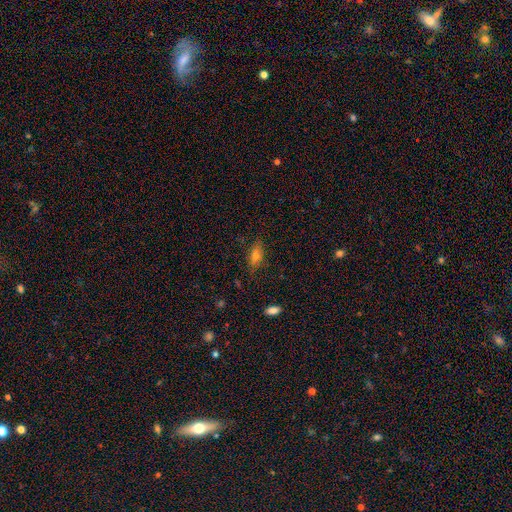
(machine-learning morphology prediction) smooth-or-featured: smooth: 67% | featured or disk: 20% | star or artifact: 13%
  how-rounded: in between: 74% | cigar-shaped: 19% | round: 6%
  merging: none: 80% | minor disturbance: 15% | major disturbance: 3% | merger: 2%